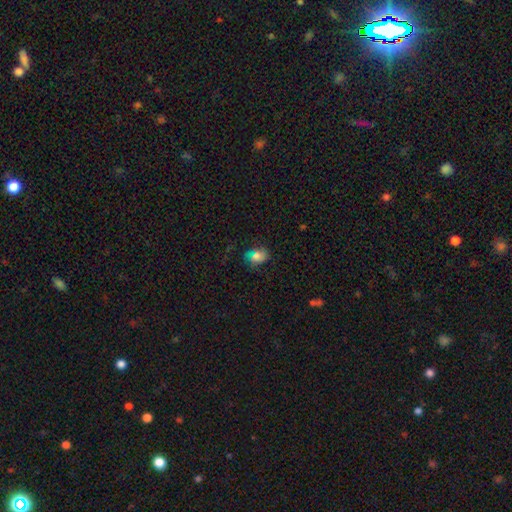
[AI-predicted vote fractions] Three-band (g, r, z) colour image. It shows a smooth galaxy with no disk features (62%) that is in between round and cigar-shaped (67%). Merging: none (66%).